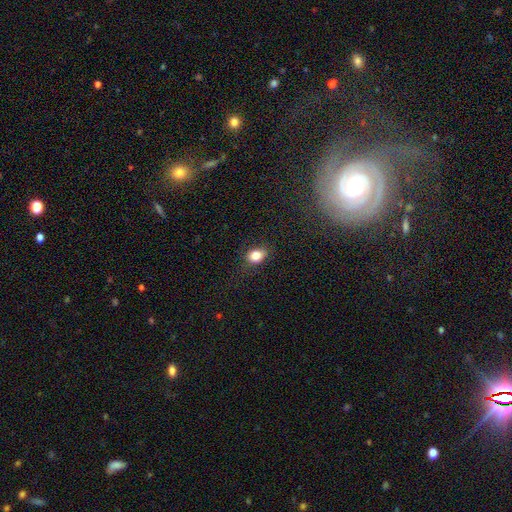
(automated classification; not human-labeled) Smooth or featured: smooth — 82% (star or artifact — 10%)
How rounded: in between — 65% (round — 34%)
Merging: none — 81% (minor disturbance — 14%)